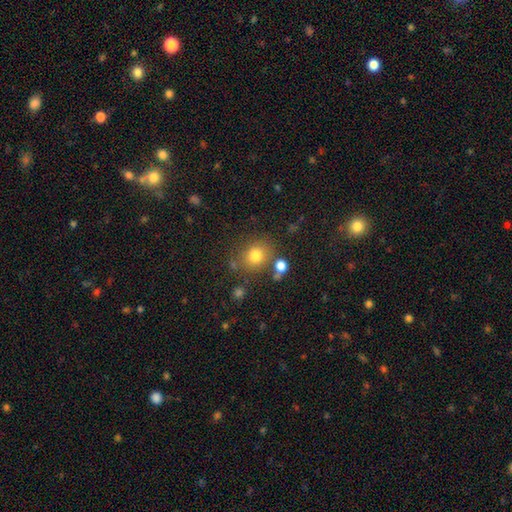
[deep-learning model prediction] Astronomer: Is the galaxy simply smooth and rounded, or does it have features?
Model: smooth — 78%.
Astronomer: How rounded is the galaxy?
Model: round — 72%.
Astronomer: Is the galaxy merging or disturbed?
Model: none — 73%.